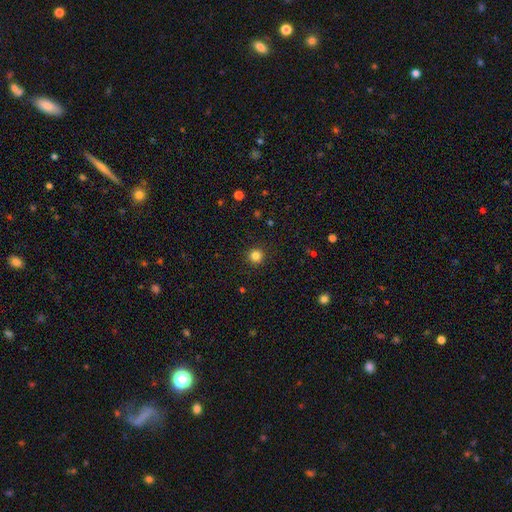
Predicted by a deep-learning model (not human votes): Overall: smooth (83%). How rounded: round (95%). Merging: none (92%).